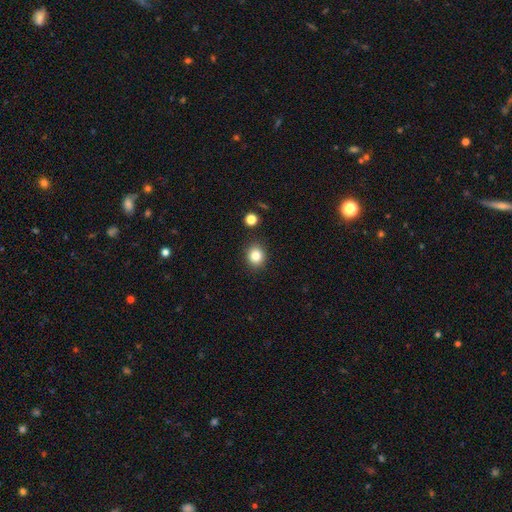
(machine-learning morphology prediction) The model was most divided on "how rounded": round: 78%, in between: 21%, cigar-shaped: 1%. More confident: merging — none (88%); smooth or featured — smooth (84%).